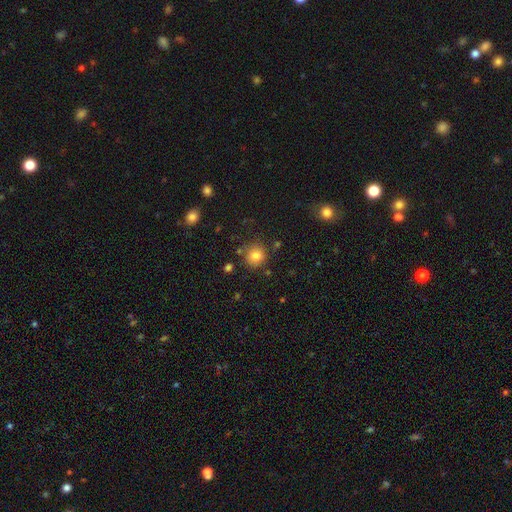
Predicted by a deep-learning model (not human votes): This appears to be a smooth galaxy with no disk features (81%) that is round (89%). Merging: none (81%).